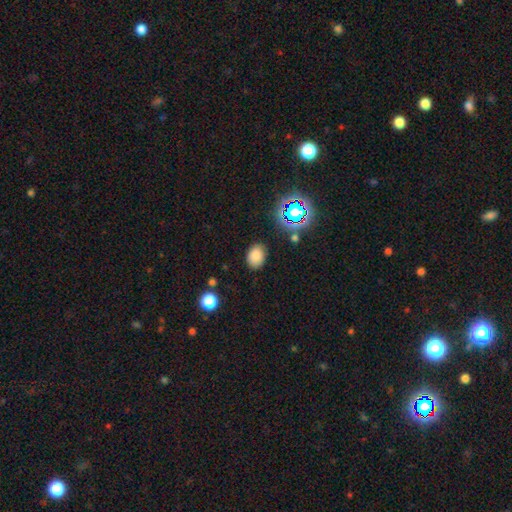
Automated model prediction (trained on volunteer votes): Smooth or featured: smooth — 80% (star or artifact — 14%)
How rounded: in between — 77% (round — 22%)
Merging: none — 83% (minor disturbance — 12%)